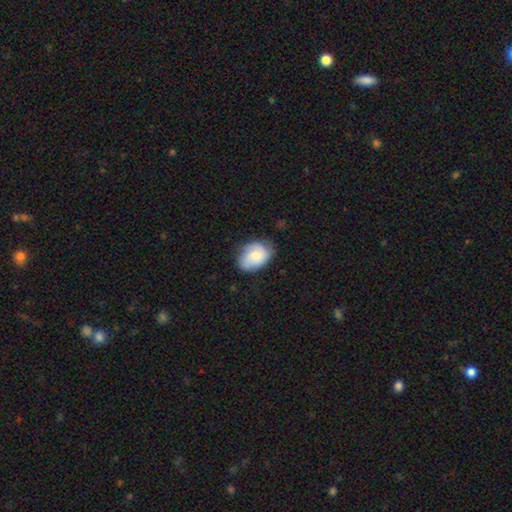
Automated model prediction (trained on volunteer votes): This appears to be a smooth galaxy with no disk features (63%) that is in between round and cigar-shaped (77%). Merging: none (66%).